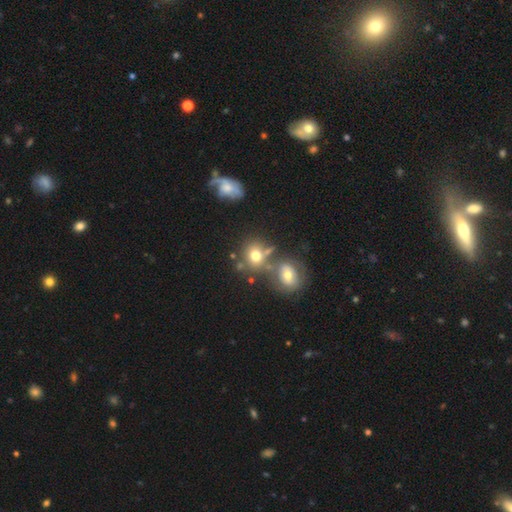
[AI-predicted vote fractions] This appears to be a smooth galaxy with no disk features (69%) that is round (69%). Merging: none (46%).